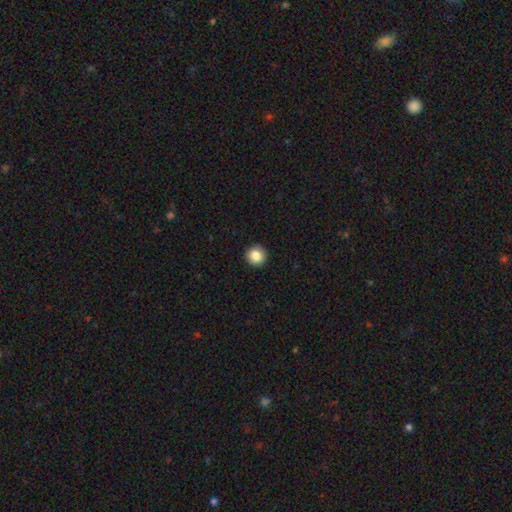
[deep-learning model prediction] Smooth or featured? Predicted: smooth (p=0.86). How rounded? Predicted: round (p=0.95). Merging? Predicted: none (p=0.93).